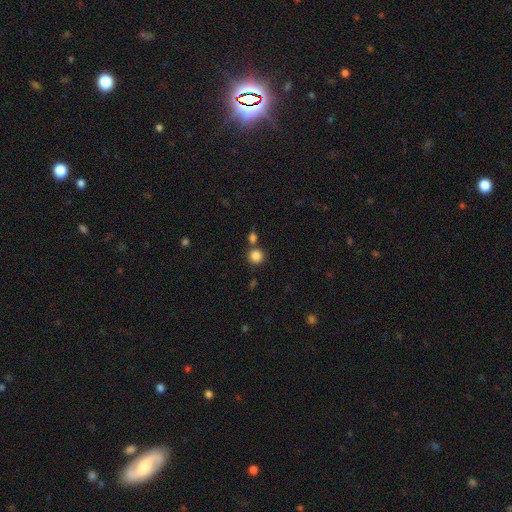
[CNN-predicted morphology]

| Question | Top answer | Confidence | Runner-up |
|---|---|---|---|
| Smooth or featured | smooth | 86% | star or artifact (10%) |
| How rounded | round | 90% | in between (9%) |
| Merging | none | 71% | merger (18%) |